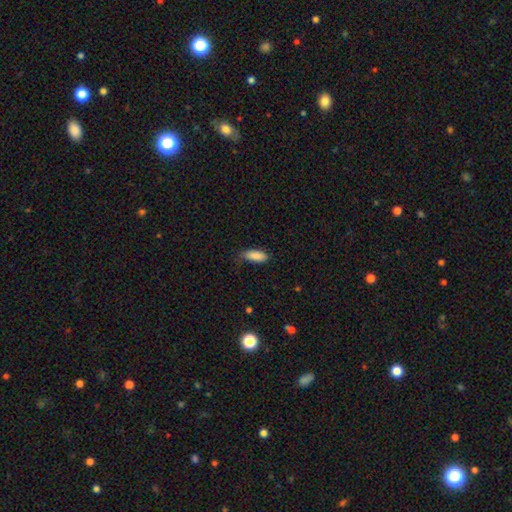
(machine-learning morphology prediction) This is clearly a smooth galaxy (88%). How rounded: likely in between (77%). Merging: likely none (69%).